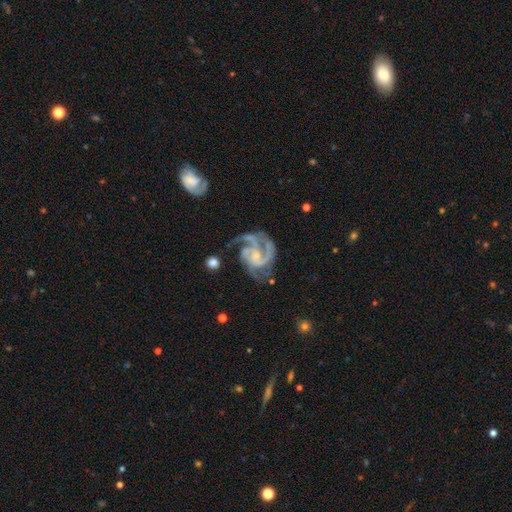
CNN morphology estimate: The model was most divided on "spiral winding": medium: 52%, tight: 35%, loose: 13%. More confident: edge-on disk — no (98%); spiral arms — yes (98%); smooth or featured — featured or disk (91%); bar — no (59%); merging — none (55%); bulge size — small (54%); spiral arm count — 3 (52%).